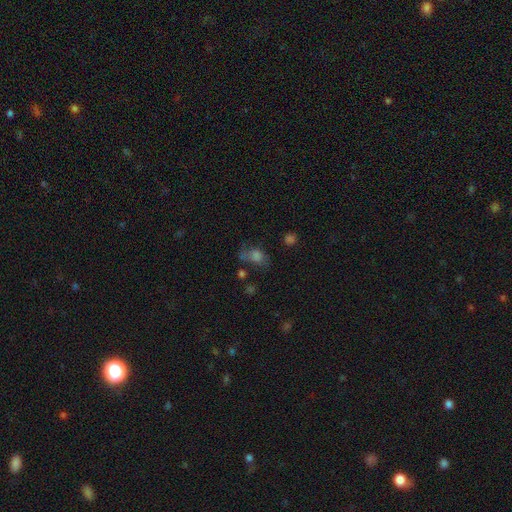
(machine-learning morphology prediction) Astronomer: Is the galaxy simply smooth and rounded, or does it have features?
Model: smooth — 54%.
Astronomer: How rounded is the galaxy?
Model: in between — 66%.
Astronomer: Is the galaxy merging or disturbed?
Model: none — 44% (runner-up: minor disturbance, 24%).